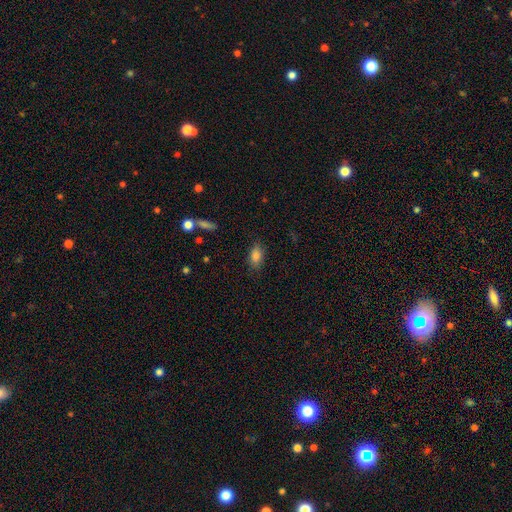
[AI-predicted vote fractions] A smooth galaxy with no disk features (85%) that is in between round and cigar-shaped (88%). Merging: none (82%).